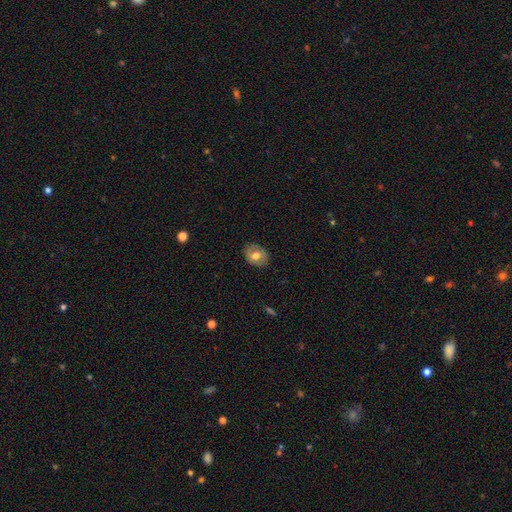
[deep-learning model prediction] Morphology: type=smooth (66%); roundness=in between (56%); merging=none (84%).